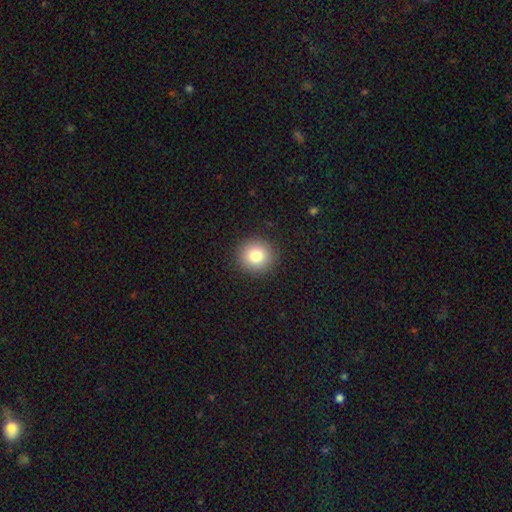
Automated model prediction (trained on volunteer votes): A smooth galaxy with no disk features (83%) that is round (93%). Merging: none (91%).